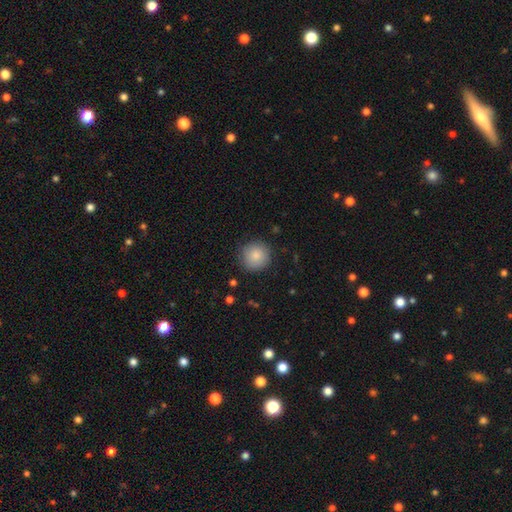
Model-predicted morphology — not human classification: This is clearly a smooth galaxy (86%). How rounded: clearly round (94%). Merging: clearly none (86%).